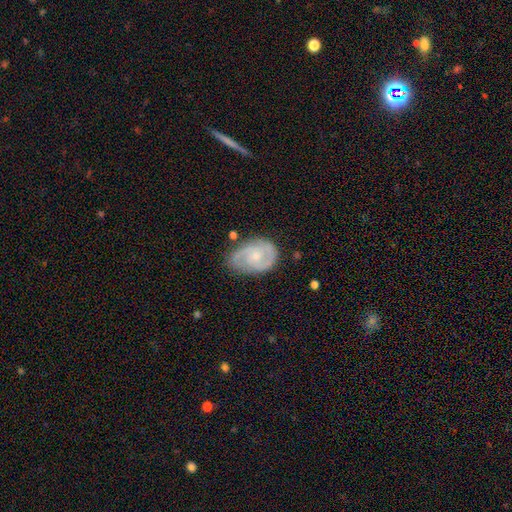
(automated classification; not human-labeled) Smooth or featured: featured or disk — 79% (smooth — 16%)
Edge-on disk: no — 97% (yes — 3%)
Bar: no — 66% (weak — 30%)
Spiral arms: yes — 94% (no — 6%)
Spiral winding: medium — 44% (tight — 43%)
Spiral arm count: 2 — 72% (can't tell — 12%)
Bulge size: small — 68% (moderate — 27%)
Merging: none — 66% (minor disturbance — 25%)